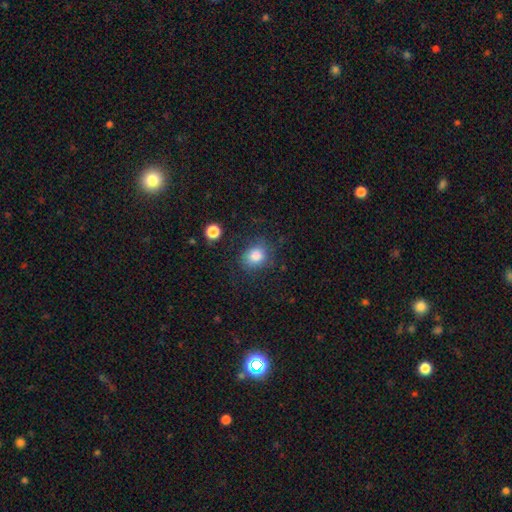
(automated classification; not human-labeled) This is clearly a smooth galaxy (83%). How rounded: likely round (64%). Merging: likely none (78%).